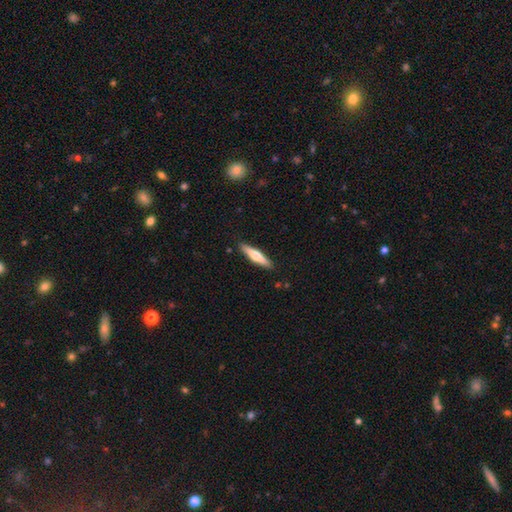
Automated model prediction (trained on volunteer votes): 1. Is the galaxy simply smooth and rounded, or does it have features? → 48% featured or disk, 47% smooth, 5% star or artifact.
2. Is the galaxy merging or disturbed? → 89% none, 8% minor disturbance, 2% major disturbance, 1% merger.